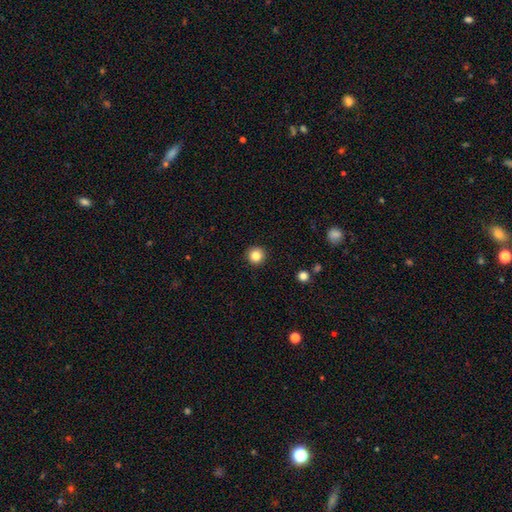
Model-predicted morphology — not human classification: This is clearly a smooth galaxy (83%). How rounded: clearly round (95%). Merging: clearly none (93%).